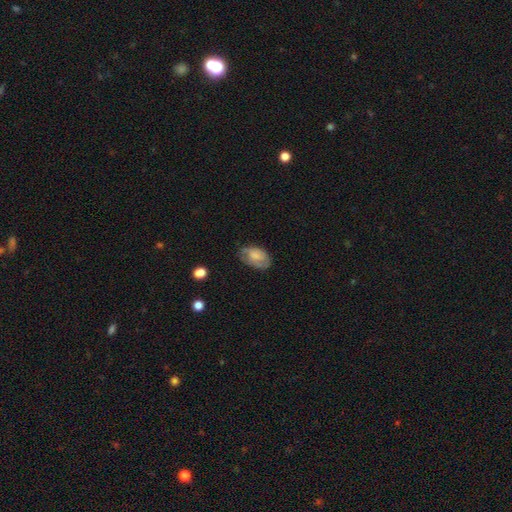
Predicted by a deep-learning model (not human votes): A smooth galaxy with no disk features (62%) that is in between round and cigar-shaped (90%). Merging: none (58%).